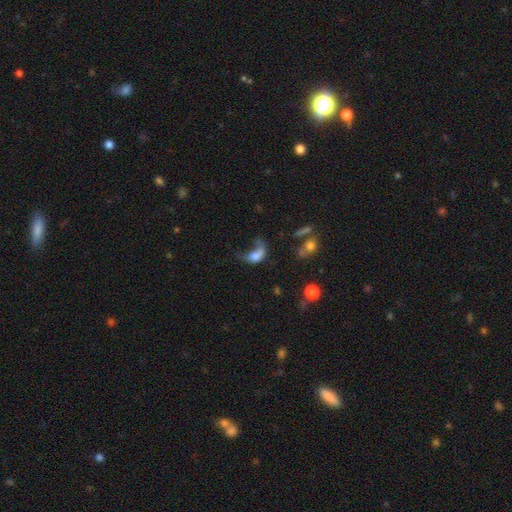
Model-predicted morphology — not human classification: Smooth or featured? Predicted: smooth (p=0.59). How rounded? Predicted: in between (p=0.80). Merging? Predicted: major disturbance (p=0.55).